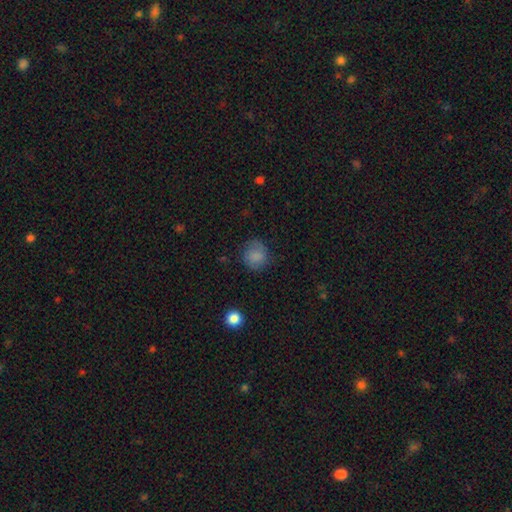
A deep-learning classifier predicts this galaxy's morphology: Smooth or featured?
  - smooth: 78% *
  - featured or disk: 12%
  - star or artifact: 10%
How rounded?
  - round: 83% *
  - in between: 16%
  - cigar-shaped: 1%
Merging?
  - none: 71% *
  - minor disturbance: 21%
  - major disturbance: 7%
  - merger: 1%